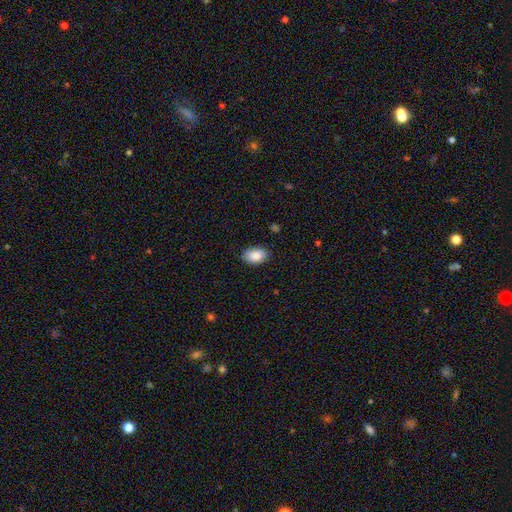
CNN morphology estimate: This is clearly a smooth galaxy (88%). How rounded: clearly in between (90%). Merging: clearly none (86%).